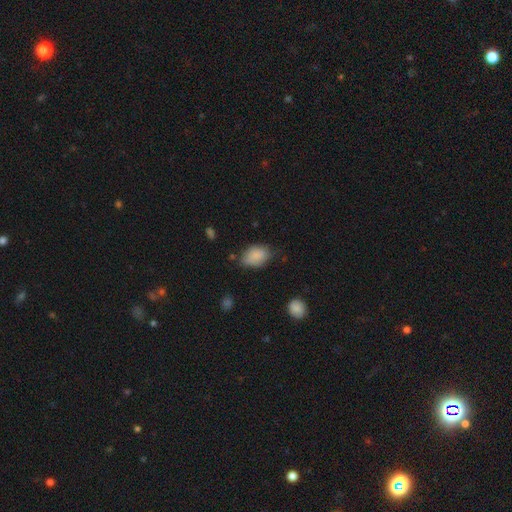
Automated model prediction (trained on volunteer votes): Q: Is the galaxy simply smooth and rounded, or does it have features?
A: smooth — 84%.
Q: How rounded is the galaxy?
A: in between — 84%.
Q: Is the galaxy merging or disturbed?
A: none — 56%.